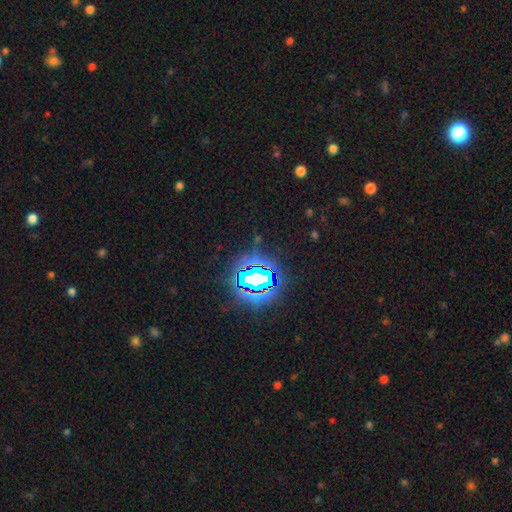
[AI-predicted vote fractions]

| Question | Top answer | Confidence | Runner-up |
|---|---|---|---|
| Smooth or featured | star or artifact | 79% | smooth (13%) |